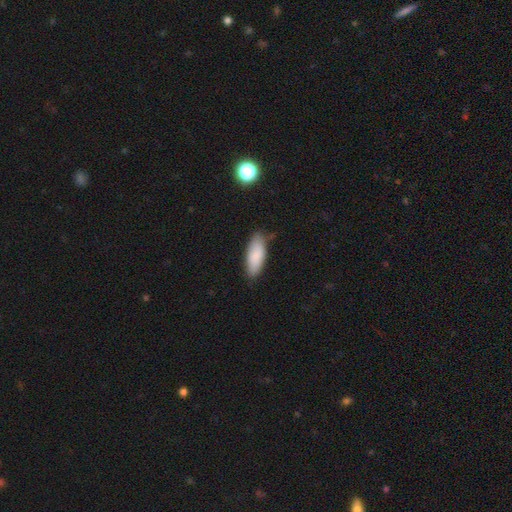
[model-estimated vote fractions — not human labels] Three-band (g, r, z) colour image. It shows a smooth galaxy with no disk features (87%) that is in between round and cigar-shaped (70%). Merging: none (79%).